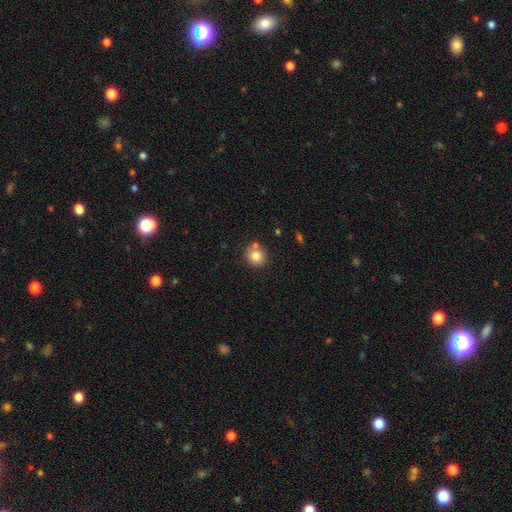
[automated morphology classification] Smooth or featured: smooth — 82% (star or artifact — 10%)
How rounded: round — 86% (in between — 13%)
Merging: none — 70% (merger — 16%)